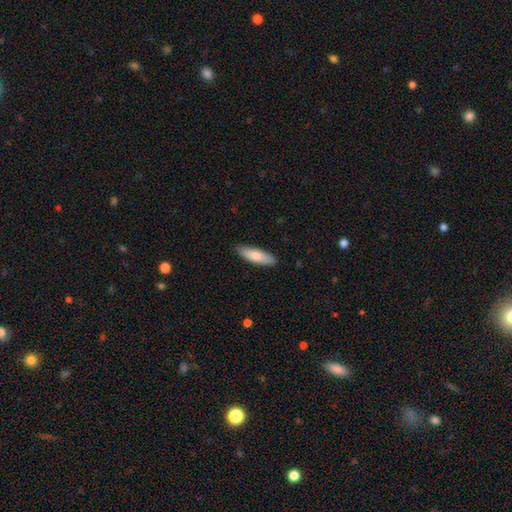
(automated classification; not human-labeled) Smooth or featured? Predicted: smooth (p=0.82). How rounded? Predicted: cigar-shaped (p=0.54). Merging? Predicted: none (p=0.87).